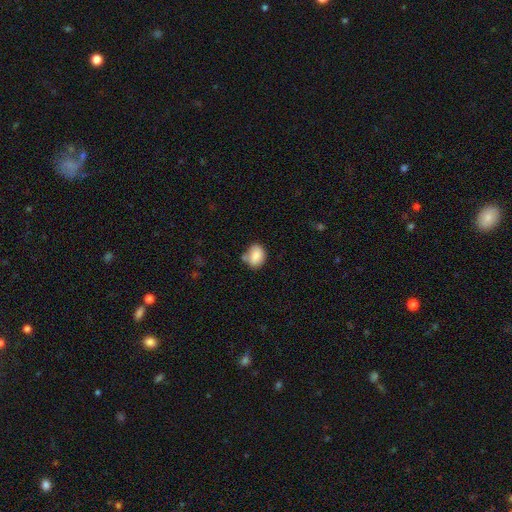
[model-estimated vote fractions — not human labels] Q: Smooth or featured?
A: smooth (84%); runner-up: star or artifact (8%)
Q: How rounded?
A: in between (62%); runner-up: round (37%)
Q: Merging?
A: none (56%); runner-up: minor disturbance (25%)